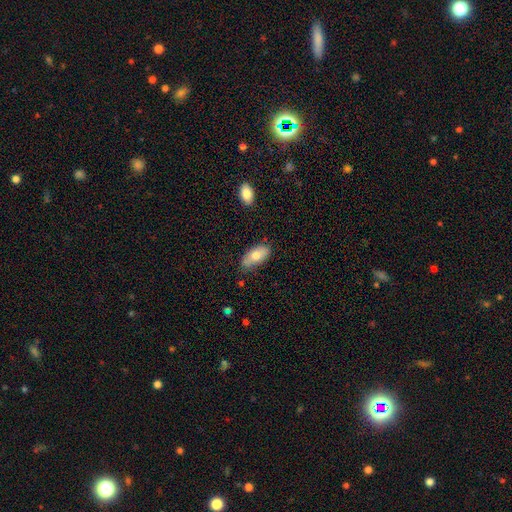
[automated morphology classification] type=smooth (74%); roundness=in between (91%); merging=none (73%).